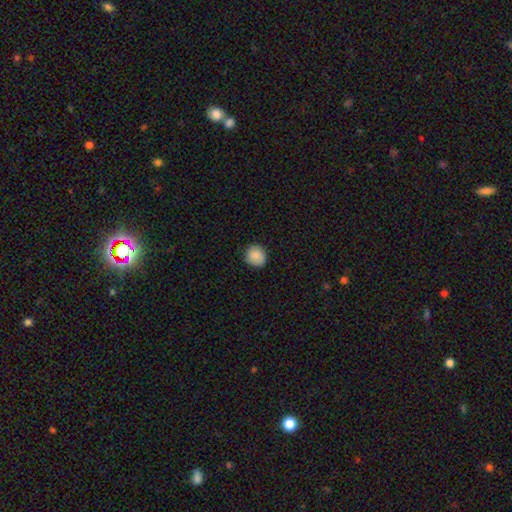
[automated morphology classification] This appears to be a smooth galaxy with no disk features (86%) that is round (88%). Merging: none (85%).